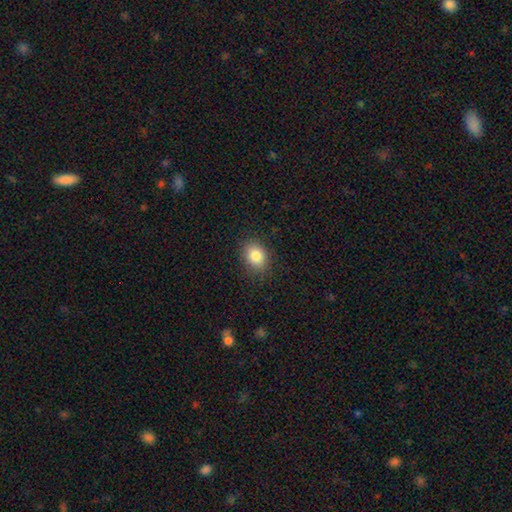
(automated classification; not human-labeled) A smooth galaxy with no disk features (84%) that is in between round and cigar-shaped (59%). Merging: none (85%).